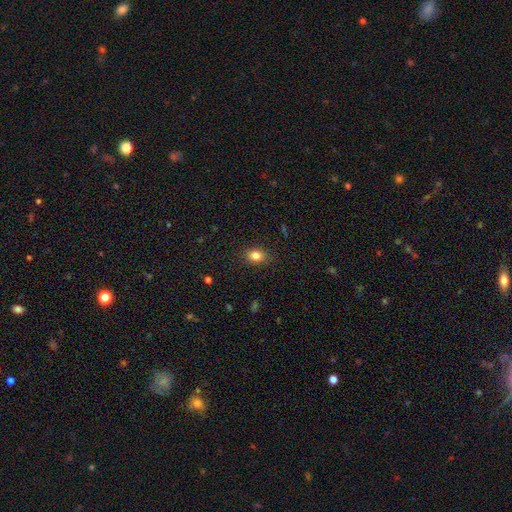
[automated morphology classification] A smooth galaxy with no disk features (83%) that is in between round and cigar-shaped (65%). Merging: none (87%).